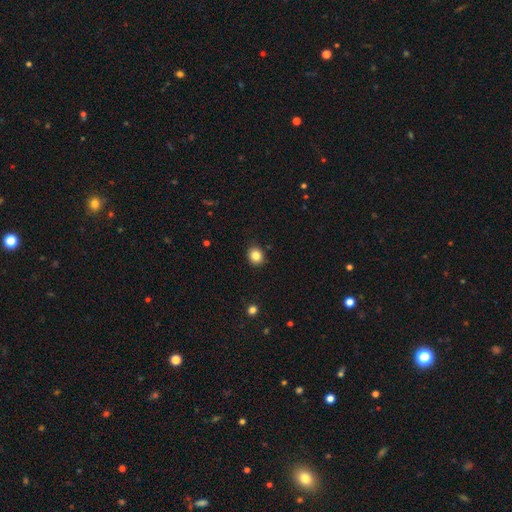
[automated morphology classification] A smooth galaxy with no disk features (84%) that is round (76%).

Vote fractions:
- Smooth or featured? smooth: 84% / star or artifact: 11% / featured or disk: 5%
- How rounded? round: 76% / in between: 23% / cigar-shaped: 1%
- Merging? none: 89% / minor disturbance: 8% / major disturbance: 2% / merger: 1%